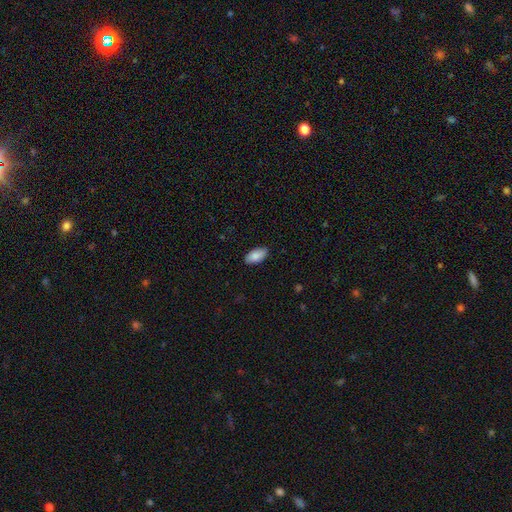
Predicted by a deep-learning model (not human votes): A smooth galaxy with no disk features (87%) that is in between round and cigar-shaped (94%).

Vote fractions:
- Smooth or featured? smooth: 87% / featured or disk: 7% / star or artifact: 6%
- How rounded? in between: 94% / cigar-shaped: 4% / round: 2%
- Merging? none: 87% / minor disturbance: 10% / major disturbance: 2% / merger: 1%